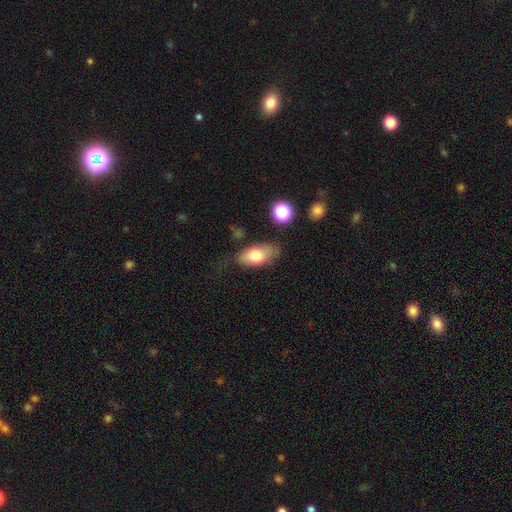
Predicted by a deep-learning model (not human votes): Smooth or featured? smooth (74%)
How rounded? in between (89%)
Merging? none (65%)